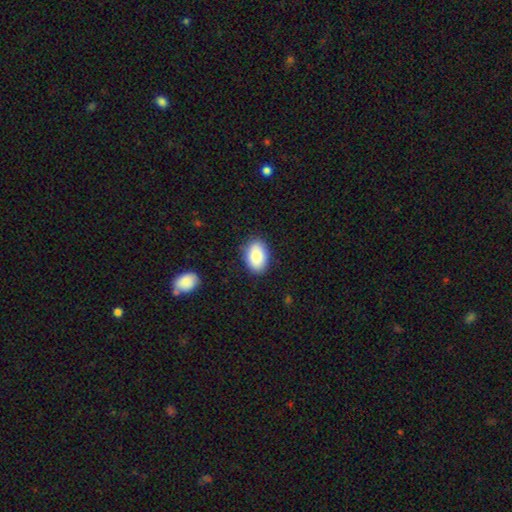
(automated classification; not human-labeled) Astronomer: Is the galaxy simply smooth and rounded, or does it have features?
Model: smooth — 85%.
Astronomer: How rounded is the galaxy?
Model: in between — 88%.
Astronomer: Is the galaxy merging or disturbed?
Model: none — 85%.